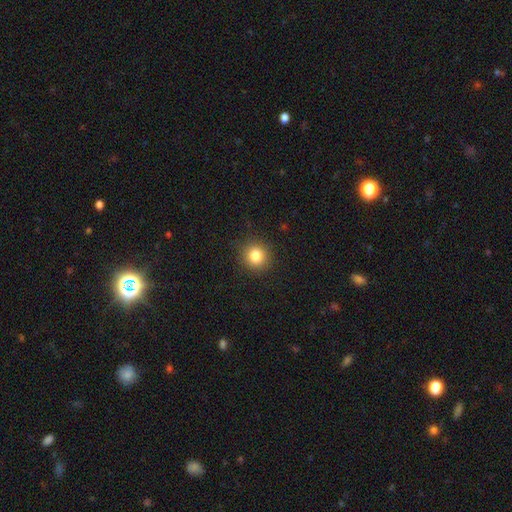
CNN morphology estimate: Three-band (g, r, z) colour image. It shows a smooth galaxy with no disk features (83%) that is round (92%). Merging: none (91%).